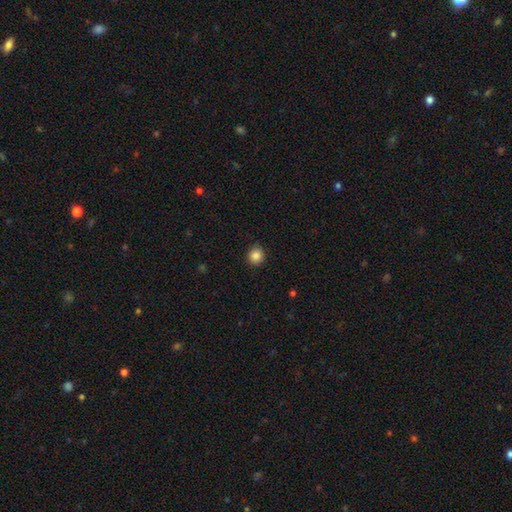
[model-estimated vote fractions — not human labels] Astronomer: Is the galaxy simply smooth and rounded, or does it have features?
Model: smooth — 85%.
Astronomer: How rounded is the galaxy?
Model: round — 89%.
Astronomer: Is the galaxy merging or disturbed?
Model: none — 90%.